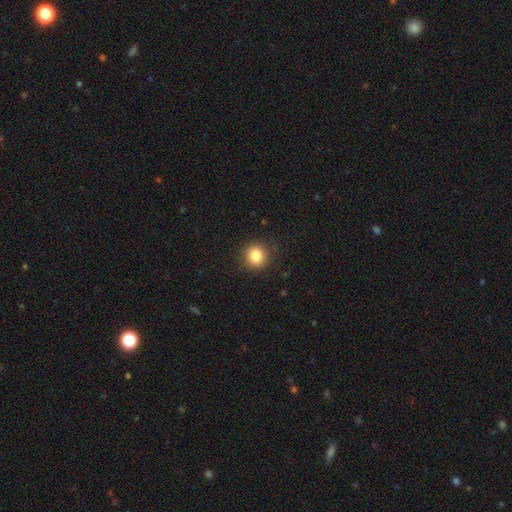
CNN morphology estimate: Smooth or featured?
  - smooth: 84% *
  - star or artifact: 10%
  - featured or disk: 6%
How rounded?
  - round: 88% *
  - in between: 11%
  - cigar-shaped: 1%
Merging?
  - none: 90% *
  - minor disturbance: 7%
  - major disturbance: 2%
  - merger: 1%